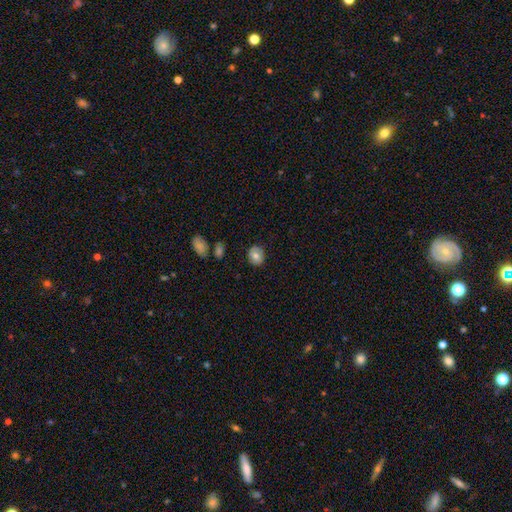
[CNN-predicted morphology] Overall: smooth (68%). How rounded: round (73%). Merging: none (82%).